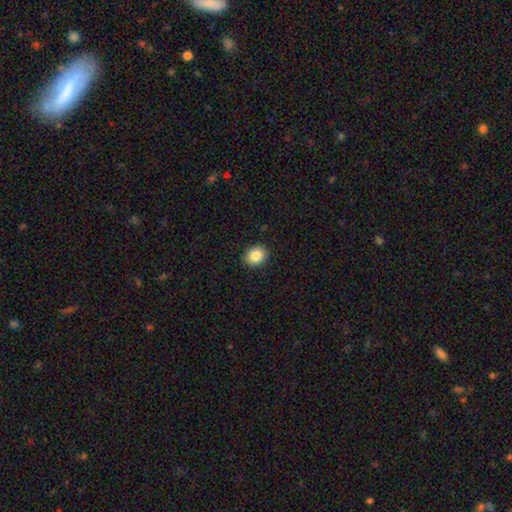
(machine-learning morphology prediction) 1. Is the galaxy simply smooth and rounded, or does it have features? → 85% smooth, 9% star or artifact, 6% featured or disk.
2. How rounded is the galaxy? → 56% round, 43% in between, 1% cigar-shaped.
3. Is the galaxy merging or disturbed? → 90% none, 7% minor disturbance, 2% major disturbance, 1% merger.